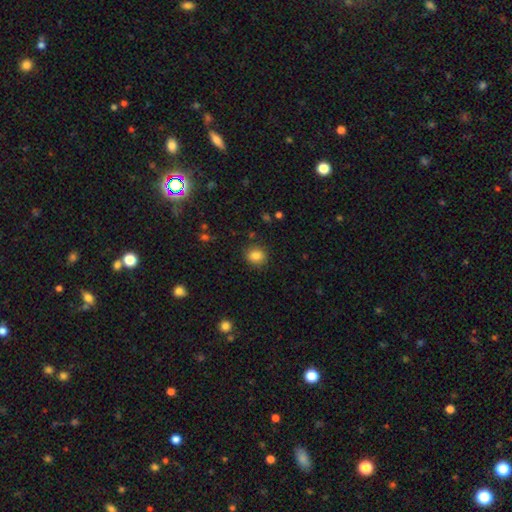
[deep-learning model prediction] smooth 85%, star or artifact 10%, featured or disk 5%. Down the decision tree: how rounded — round (71%); merging — none (87%).